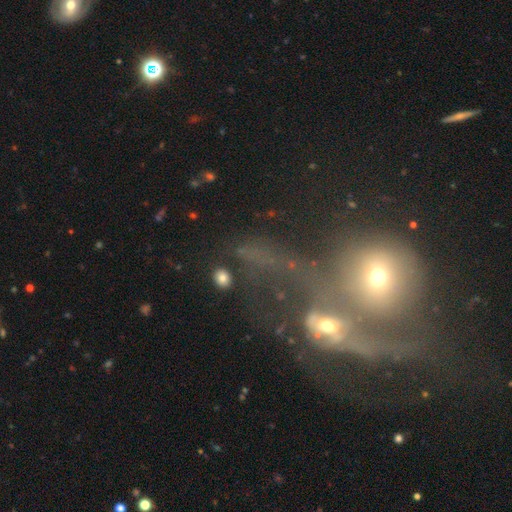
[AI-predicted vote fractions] A featured or disk galaxy (37%, tied with smooth). Merging: merger (62%).